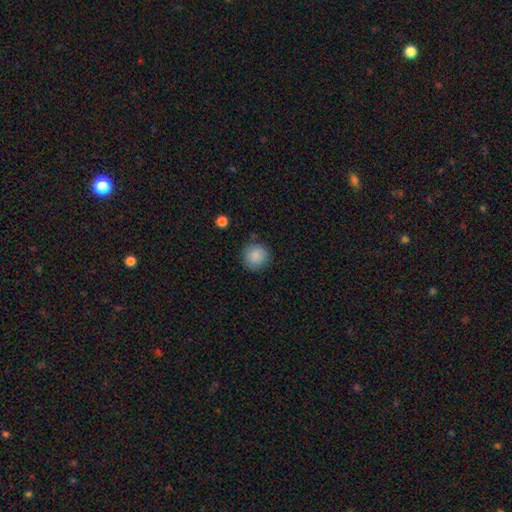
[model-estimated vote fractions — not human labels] Q: Smooth or featured?
A: smooth (88%); runner-up: star or artifact (8%)
Q: How rounded?
A: round (92%); runner-up: in between (7%)
Q: Merging?
A: none (85%); runner-up: minor disturbance (10%)